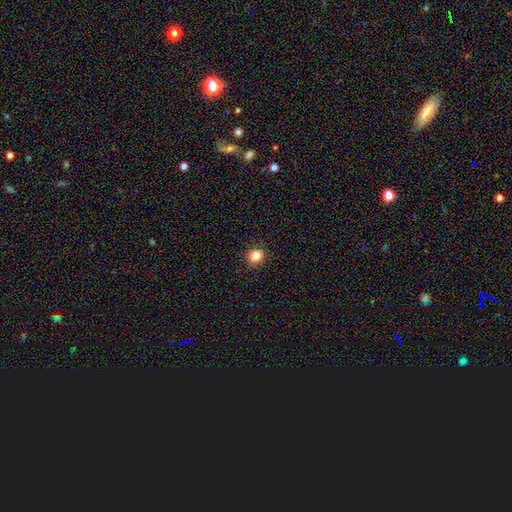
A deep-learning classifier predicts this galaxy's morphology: smooth 83%, star or artifact 12%, featured or disk 5%. Down the decision tree: how rounded — round (75%); merging — none (90%).